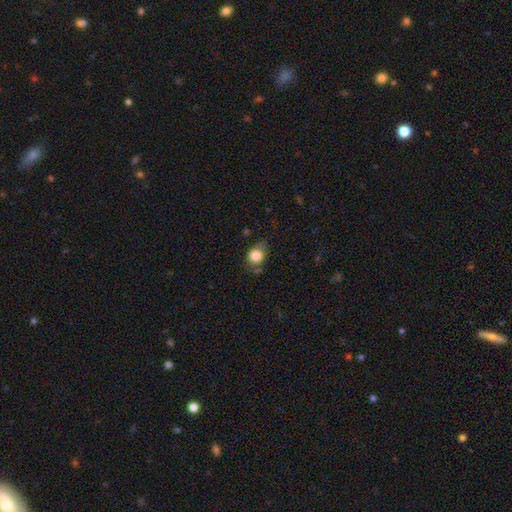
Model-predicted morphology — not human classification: Overall: smooth (83%). How rounded: round (65%; in between 34%). Merging: none (61%; minor disturbance 27%).